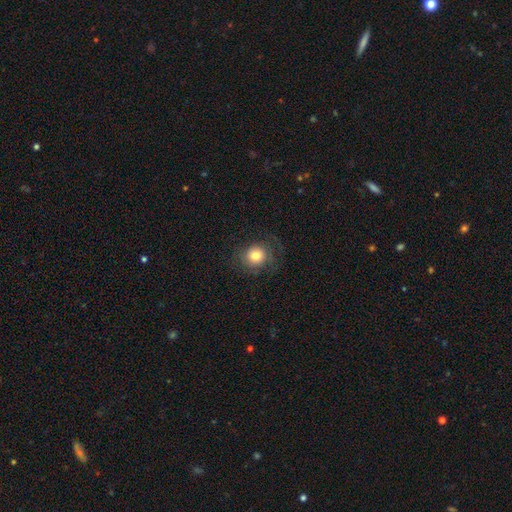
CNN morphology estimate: smooth 75%, featured or disk 16%, star or artifact 9%. Down the decision tree: how rounded — round (86%); merging — none (72%).